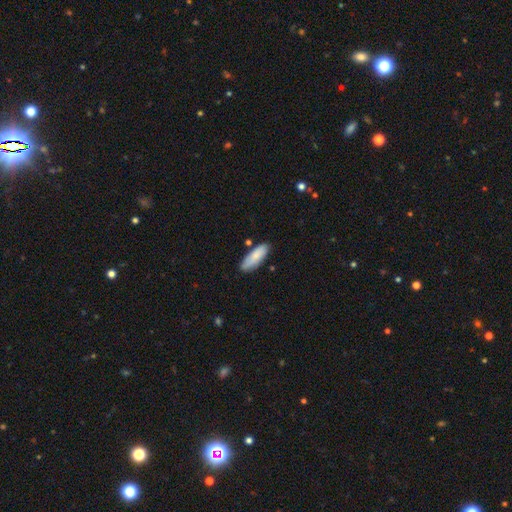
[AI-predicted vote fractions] Smooth or featured?
  - smooth: 82% *
  - featured or disk: 12%
  - star or artifact: 6%
How rounded?
  - in between: 65% *
  - cigar-shaped: 33%
  - round: 2%
Merging?
  - none: 77% *
  - minor disturbance: 16%
  - merger: 4%
  - major disturbance: 3%